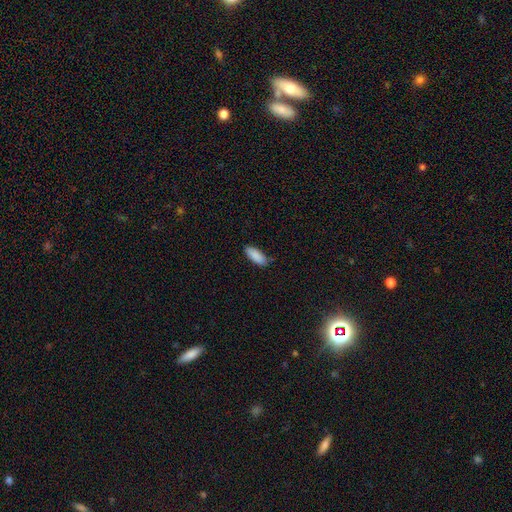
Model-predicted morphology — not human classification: Smooth or featured? Predicted: smooth (p=0.90). How rounded? Predicted: in between (p=0.79). Merging? Predicted: none (p=0.81).